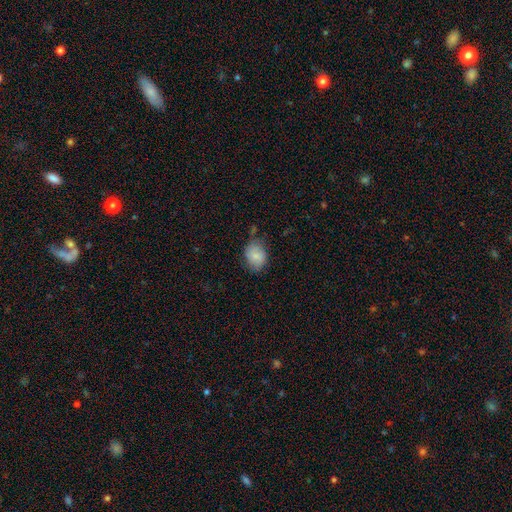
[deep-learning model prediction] smooth 80%, featured or disk 13%, star or artifact 7%. Down the decision tree: how rounded — in between (60%); merging — none (66%).